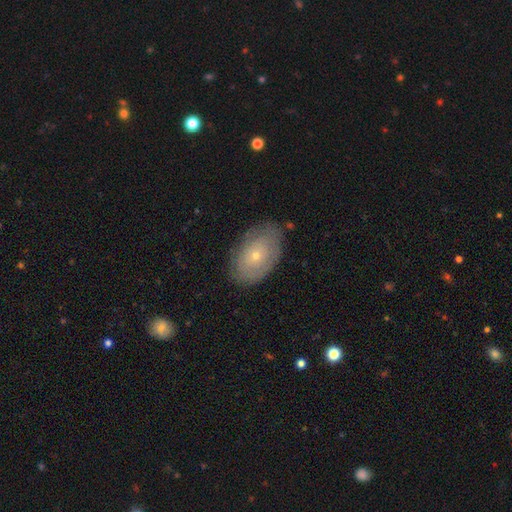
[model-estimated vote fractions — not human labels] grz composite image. It shows a smooth galaxy with no disk features (51%) that is in between round and cigar-shaped (87%). Merging: none (76%).